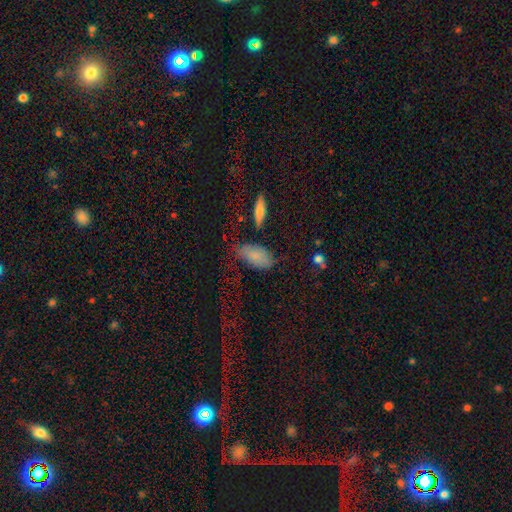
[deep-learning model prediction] This appears to be a smooth galaxy with no disk features (78%) that is in between round and cigar-shaped (90%). Merging: none (55%).